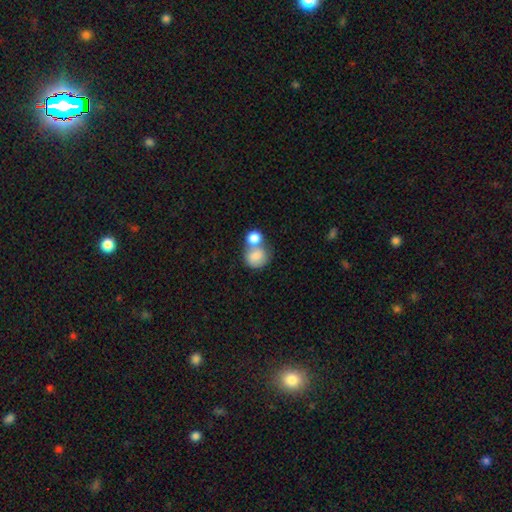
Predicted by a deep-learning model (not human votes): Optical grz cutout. It shows a smooth galaxy with no disk features (80%) that is round (72%). Merging: merger (62%).